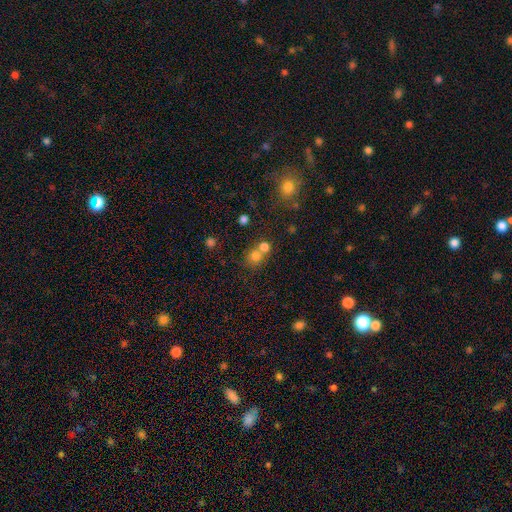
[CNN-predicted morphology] Smooth or featured?
  - smooth: 77% *
  - star or artifact: 15%
  - featured or disk: 9%
How rounded?
  - round: 84% *
  - in between: 15%
  - cigar-shaped: 1%
Merging?
  - none: 48% *
  - merger: 43%
  - minor disturbance: 7%
  - major disturbance: 3%